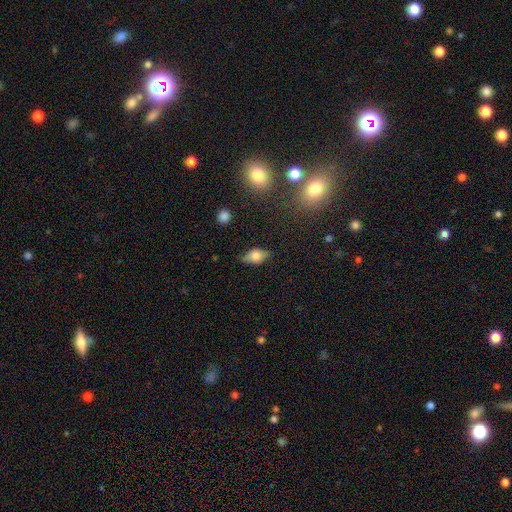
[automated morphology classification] Smooth or featured? smooth (63%)
How rounded? in between (83%)
Merging? none (75%)